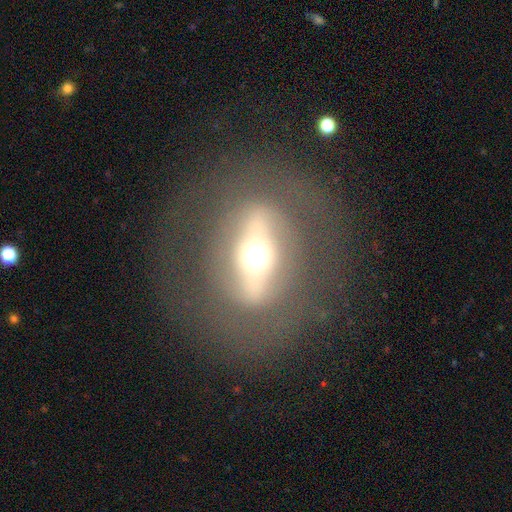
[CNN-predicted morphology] The model was most divided on "edge-on disk": no: 67%, yes: 33%. More confident: merging — none (79%); smooth or featured — featured or disk (70%).